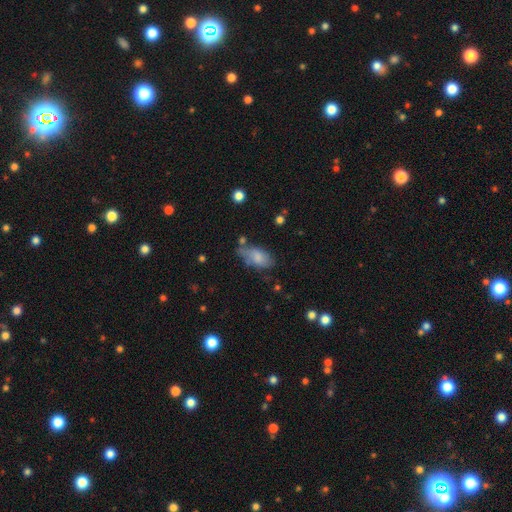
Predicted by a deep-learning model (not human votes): smooth_or_featured: smooth (p=0.73) [alt: featured or disk p=0.19]
how_rounded: in between (p=0.90) [alt: cigar-shaped p=0.06]
merging: none (p=0.50) [alt: minor disturbance p=0.31]